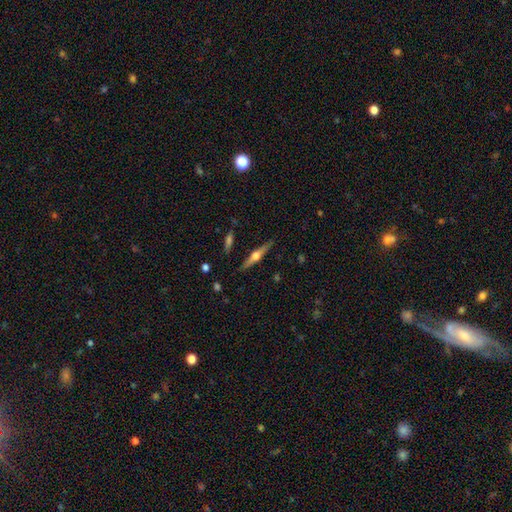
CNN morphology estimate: The model was most divided on "smooth or featured": featured or disk: 74%, smooth: 20%, star or artifact: 6%. More confident: edge-on disk — yes (98%); edge-on bulge — rounded (94%); merging — none (88%).